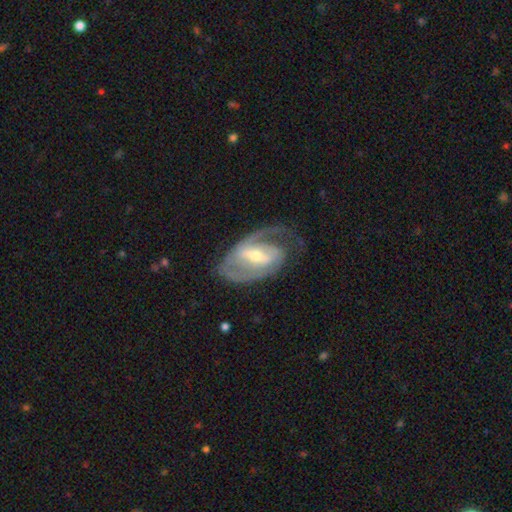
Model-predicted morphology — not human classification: Smooth or featured? featured or disk (87%)
Edge-on disk? no (96%)
Bar? strong (48%)
Spiral arms? yes (94%)
Spiral winding? medium (46%)
Spiral arm count? 2 (73%)
Bulge size? moderate (58%)
Merging? none (65%)